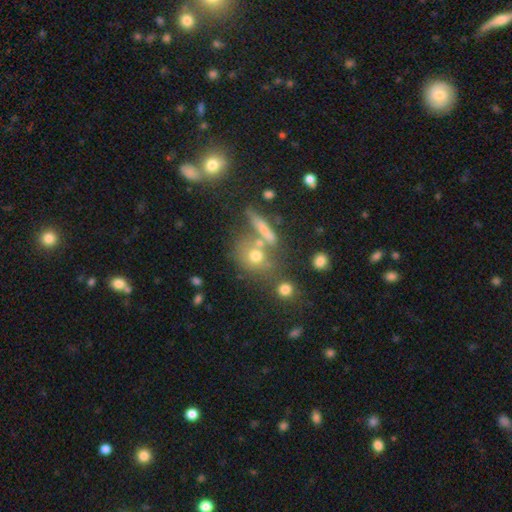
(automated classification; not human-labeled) smooth-or-featured: smooth: 65% | featured or disk: 18% | star or artifact: 17%
  how-rounded: round: 69% | in between: 25% | cigar-shaped: 7%
  merging: none: 53% | merger: 26% | minor disturbance: 13% | major disturbance: 8%